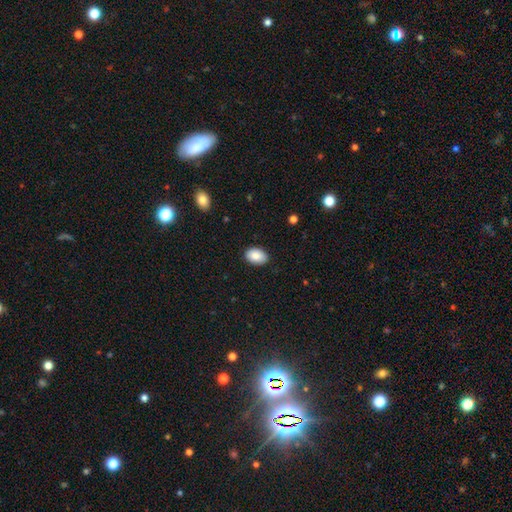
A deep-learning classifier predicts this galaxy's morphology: A smooth galaxy with no disk features (87%) that is in between round and cigar-shaped (86%). Merging: none (89%).